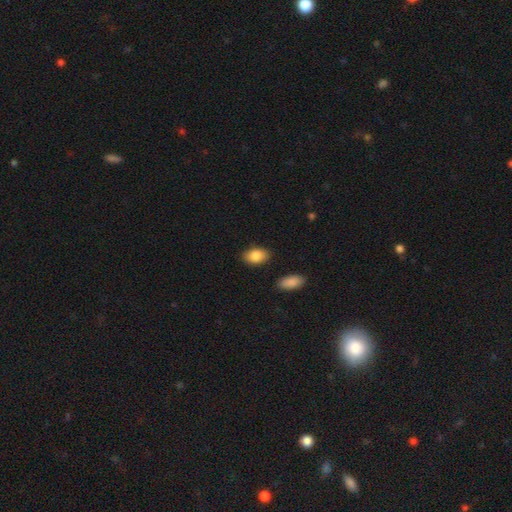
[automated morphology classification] type=smooth (87%); roundness=in between (87%); merging=none (85%).